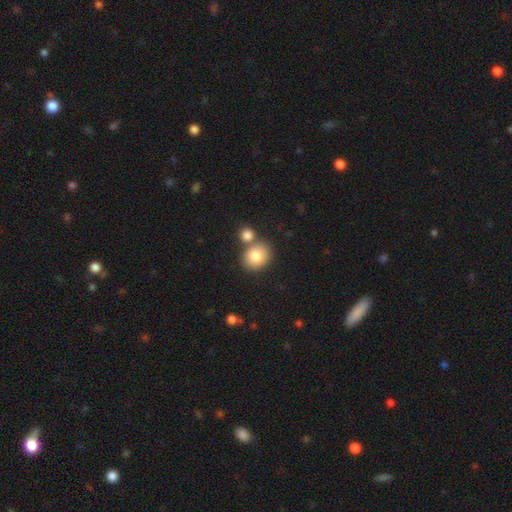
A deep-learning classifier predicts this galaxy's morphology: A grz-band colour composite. It shows a smooth galaxy with no disk features (81%) that is round (62%). Merging: none (60%).